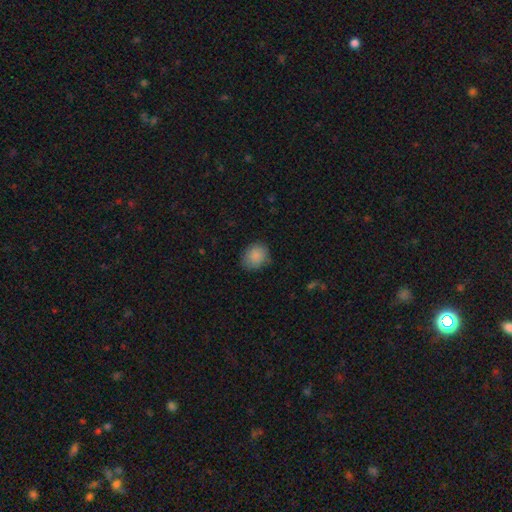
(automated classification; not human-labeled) Q: Smooth or featured?
A: smooth (88%); runner-up: star or artifact (8%)
Q: How rounded?
A: round (66%); runner-up: in between (33%)
Q: Merging?
A: none (78%); runner-up: minor disturbance (17%)